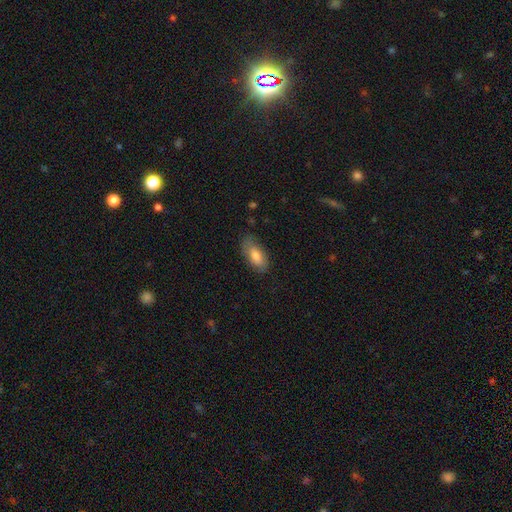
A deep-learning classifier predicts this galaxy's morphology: This is likely a smooth galaxy (75%). How rounded: clearly in between (88%). Merging: likely none (73%).